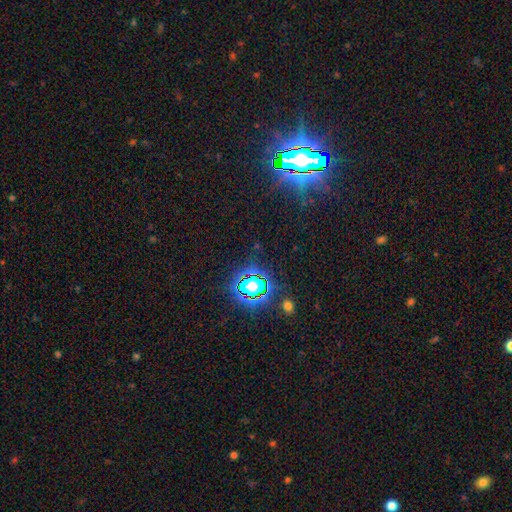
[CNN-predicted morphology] Smooth or featured?
  - star or artifact: 84% *
  - smooth: 9%
  - featured or disk: 7%